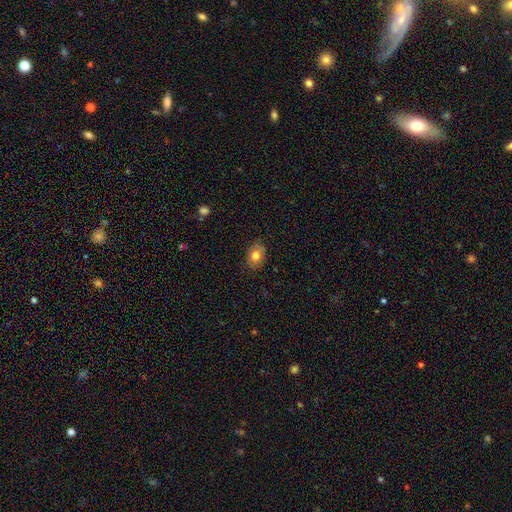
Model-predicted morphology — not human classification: The model was most divided on "how rounded": in between: 65%, round: 34%, cigar-shaped: 1%. More confident: merging — none (85%); smooth or featured — smooth (78%).